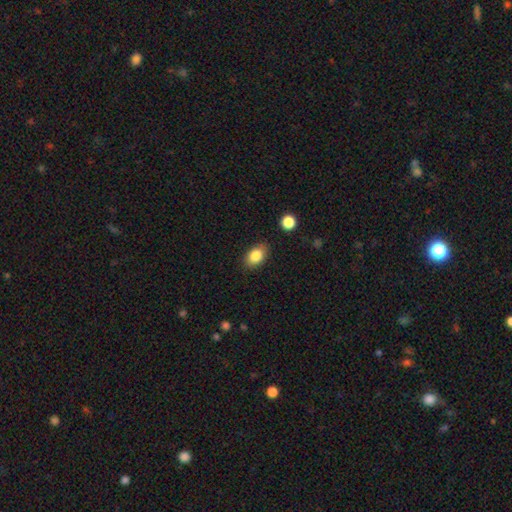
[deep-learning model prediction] Smooth or featured? smooth (84%)
How rounded? in between (84%)
Merging? none (84%)